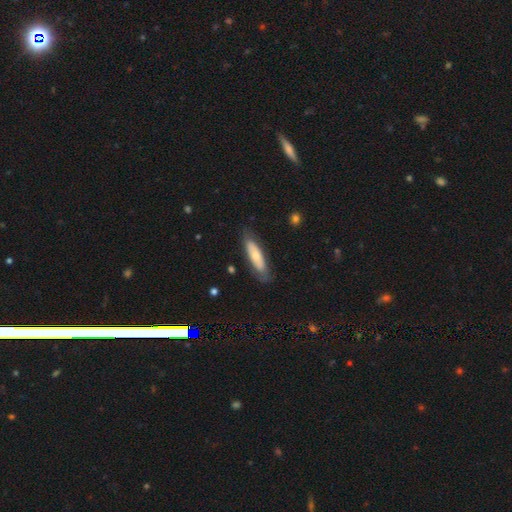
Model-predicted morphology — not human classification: Q: Smooth or featured?
A: smooth (61%); runner-up: featured or disk (33%)
Q: How rounded?
A: cigar-shaped (53%); runner-up: in between (45%)
Q: Merging?
A: none (75%); runner-up: minor disturbance (18%)